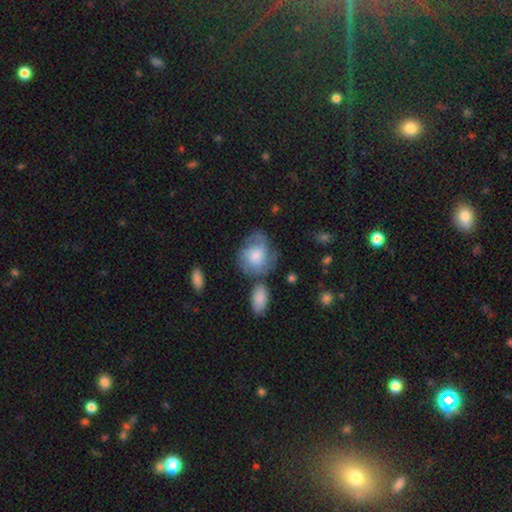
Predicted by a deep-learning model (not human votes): This appears to be a featured or disk galaxy (50%). Merging: none (51%).